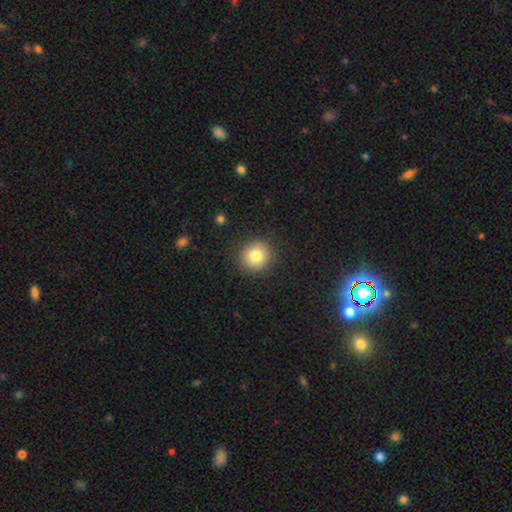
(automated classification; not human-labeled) A smooth galaxy with no disk features (80%) that is round (92%).

Vote fractions:
- Smooth or featured? smooth: 80% / star or artifact: 10% / featured or disk: 9%
- How rounded? round: 92% / in between: 7% / cigar-shaped: 1%
- Merging? none: 90% / minor disturbance: 7% / major disturbance: 2% / merger: 1%